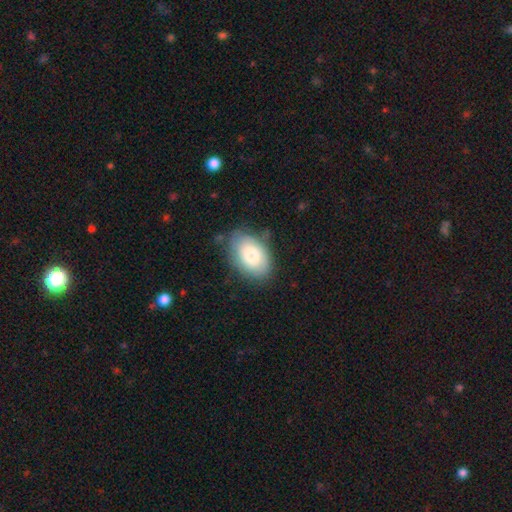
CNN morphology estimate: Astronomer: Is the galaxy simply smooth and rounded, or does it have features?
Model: smooth — 74%.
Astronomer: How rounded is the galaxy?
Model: in between — 89%.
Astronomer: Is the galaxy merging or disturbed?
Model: none — 76%.